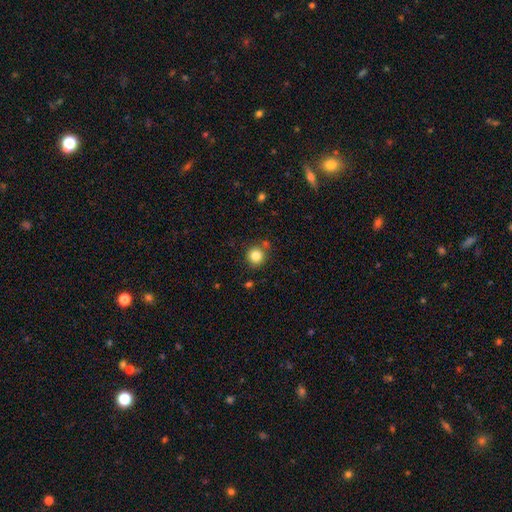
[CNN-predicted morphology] Smooth or featured? smooth (82%)
How rounded? round (92%)
Merging? none (80%)